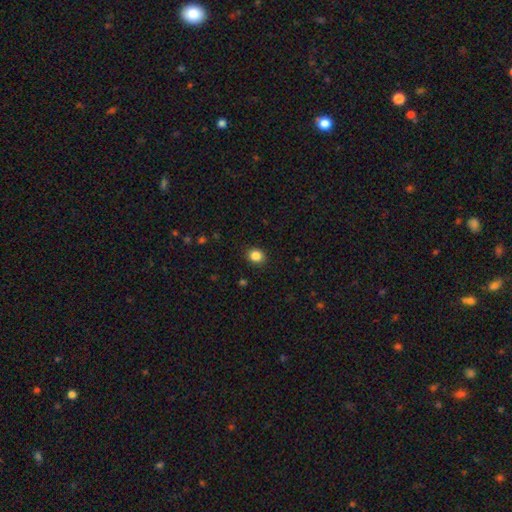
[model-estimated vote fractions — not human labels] Morphology: type=smooth (86%); roundness=round (69%); merging=none (90%).